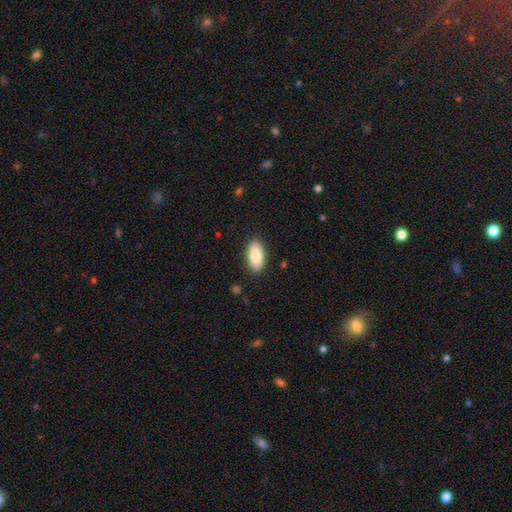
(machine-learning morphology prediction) smooth_or_featured: smooth (p=0.85) [alt: featured or disk p=0.08]
how_rounded: in between (p=0.90) [alt: cigar-shaped p=0.08]
merging: none (p=0.88) [alt: minor disturbance p=0.09]